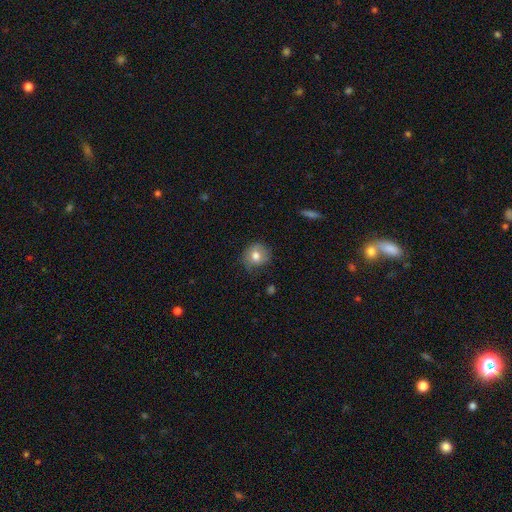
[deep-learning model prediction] smooth-or-featured: smooth: 75% | featured or disk: 16% | star or artifact: 9%
  how-rounded: round: 81% | in between: 18% | cigar-shaped: 1%
  merging: none: 71% | minor disturbance: 22% | major disturbance: 6% | merger: 1%